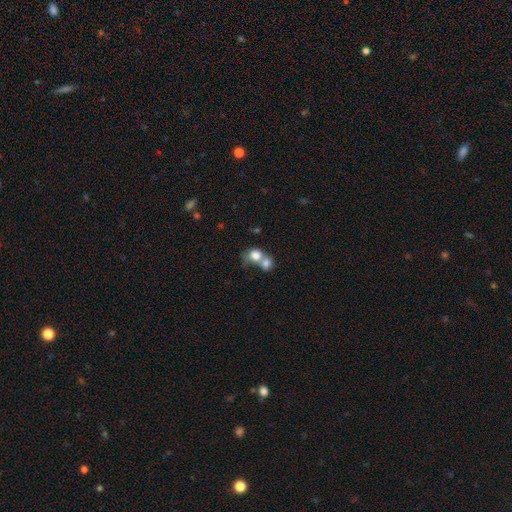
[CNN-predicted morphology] smooth_or_featured: smooth (p=0.77) [alt: featured or disk p=0.14]
how_rounded: round (p=0.65) [alt: in between p=0.34]
merging: merger (p=0.67) [alt: none p=0.22]